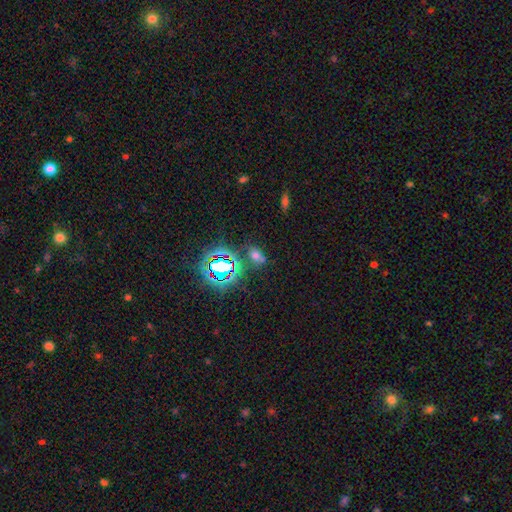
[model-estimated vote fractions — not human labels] This is possibly a smooth galaxy (47%). Merging: likely none (68%).